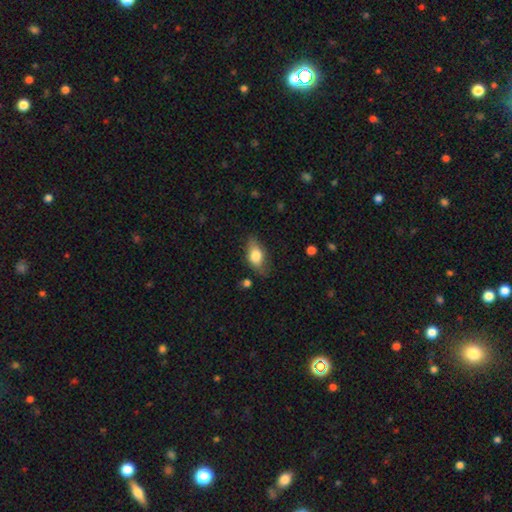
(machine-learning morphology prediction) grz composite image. It shows a smooth galaxy with no disk features (72%) that is in between round and cigar-shaped (85%). Merging: none (70%).